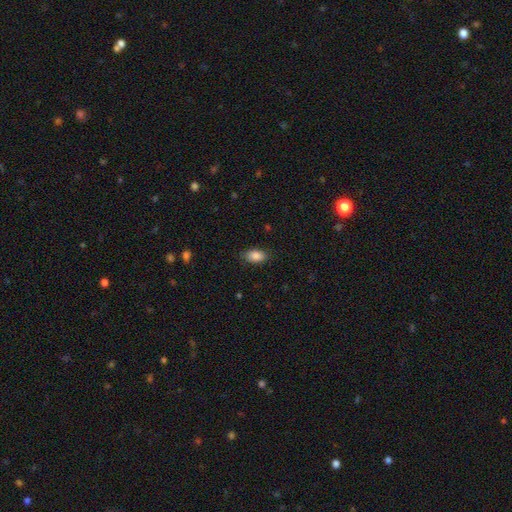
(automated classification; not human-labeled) Q: Smooth or featured?
A: smooth (87%); runner-up: star or artifact (7%)
Q: How rounded?
A: in between (91%); runner-up: round (6%)
Q: Merging?
A: none (83%); runner-up: minor disturbance (13%)